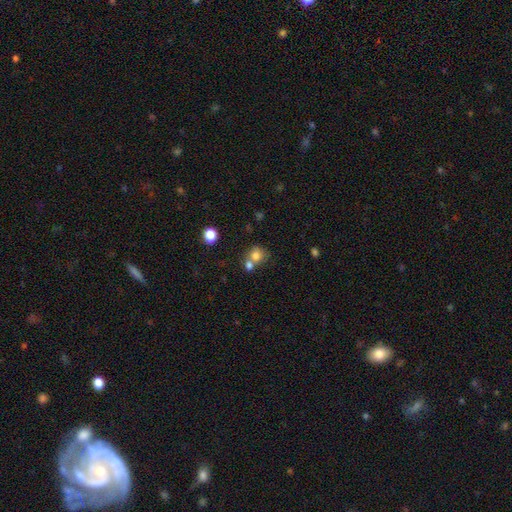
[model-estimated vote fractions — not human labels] Smooth or featured? Predicted: smooth (p=0.77). How rounded? Predicted: round (p=0.75). Merging? Predicted: merger (p=0.44).